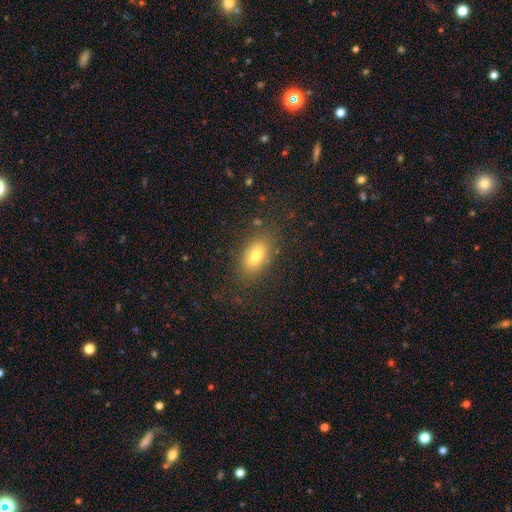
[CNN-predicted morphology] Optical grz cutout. It shows a smooth galaxy with no disk features (74%) that is in between round and cigar-shaped (86%). Merging: none (81%).